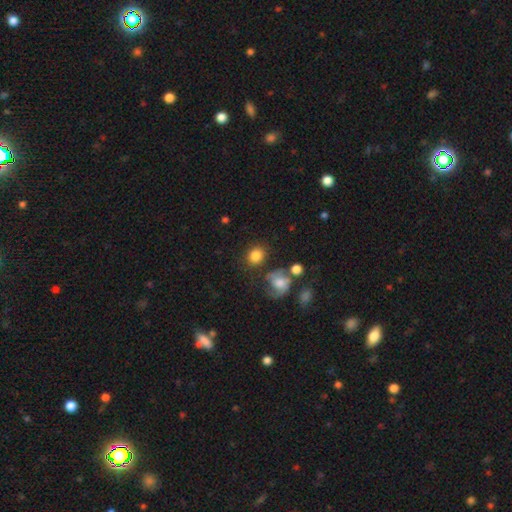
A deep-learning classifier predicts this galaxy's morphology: This appears to be a smooth galaxy with no disk features (82%) that is round (71%). Merging: none (71%).